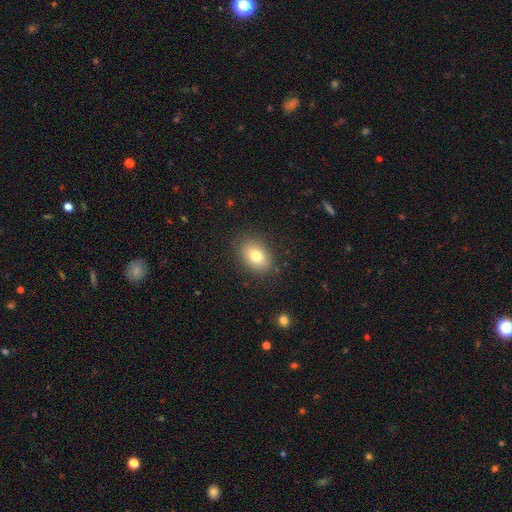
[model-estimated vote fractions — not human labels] Smooth or featured? Predicted: smooth (p=0.77). How rounded? Predicted: in between (p=0.74). Merging? Predicted: none (p=0.85).